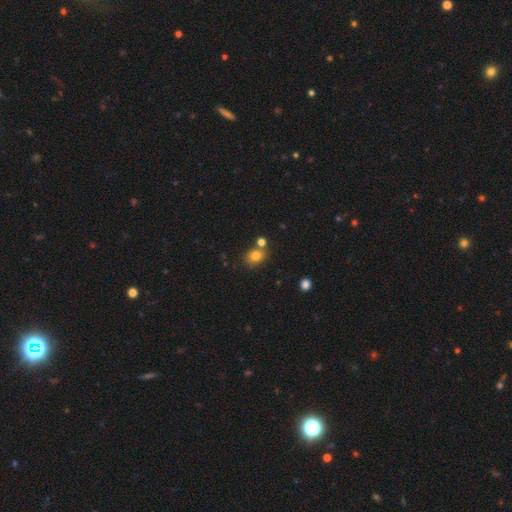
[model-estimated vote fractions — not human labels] The model was most divided on "how rounded": round: 55%, in between: 44%, cigar-shaped: 1%. More confident: smooth or featured — smooth (79%); merging — none (66%).